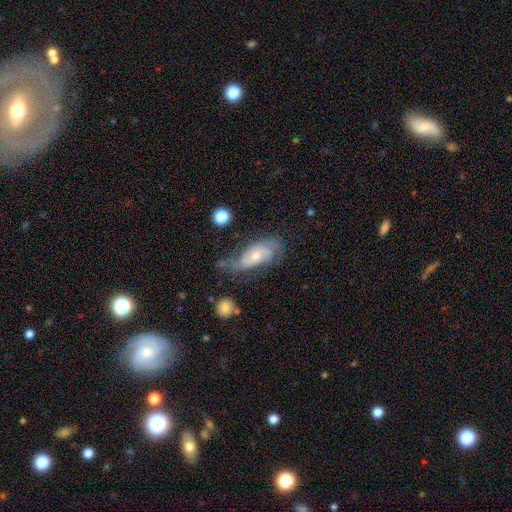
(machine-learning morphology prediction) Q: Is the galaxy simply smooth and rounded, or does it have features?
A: featured or disk — 74%.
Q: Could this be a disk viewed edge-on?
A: no — 93%.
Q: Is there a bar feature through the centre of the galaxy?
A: no — 68%.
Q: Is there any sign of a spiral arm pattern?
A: yes — 90%.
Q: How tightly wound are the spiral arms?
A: medium — 41%.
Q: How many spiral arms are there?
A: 2 — 55%.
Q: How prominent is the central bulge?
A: moderate — 54%.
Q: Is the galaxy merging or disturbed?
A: none — 52%.